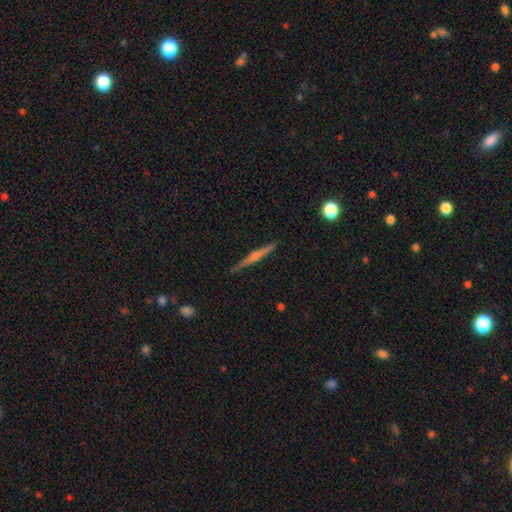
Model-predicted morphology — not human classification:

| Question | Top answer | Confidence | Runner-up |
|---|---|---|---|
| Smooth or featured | featured or disk | 69% | smooth (24%) |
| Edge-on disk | yes | 98% | no (2%) |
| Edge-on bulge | rounded | 73% | none (18%) |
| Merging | none | 89% | minor disturbance (8%) |